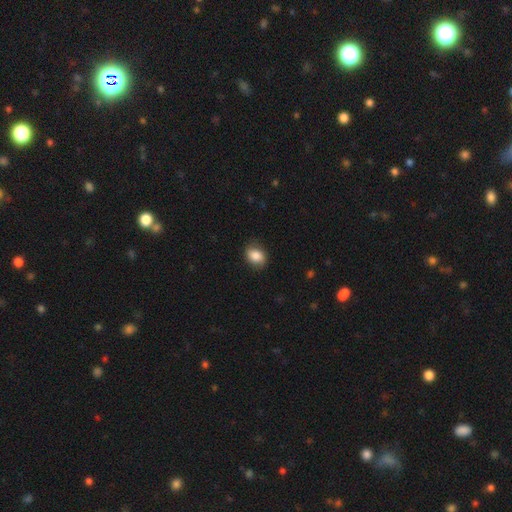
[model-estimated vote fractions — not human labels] Smooth or featured?
  - smooth: 79% *
  - featured or disk: 13%
  - star or artifact: 8%
How rounded?
  - in between: 64% *
  - round: 35%
  - cigar-shaped: 1%
Merging?
  - none: 79% *
  - minor disturbance: 16%
  - major disturbance: 4%
  - merger: 1%